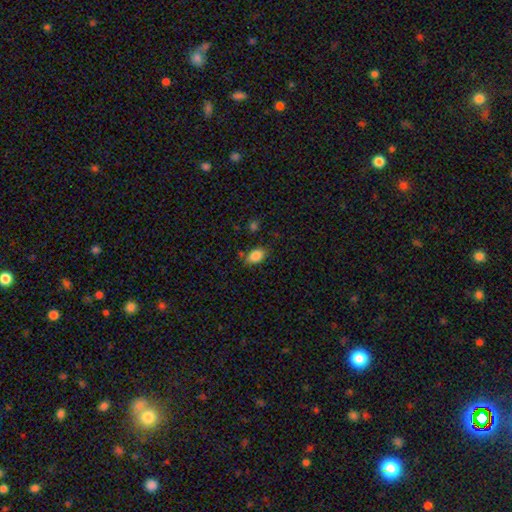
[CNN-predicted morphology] type=smooth (86%); roundness=in between (86%); merging=none (78%).